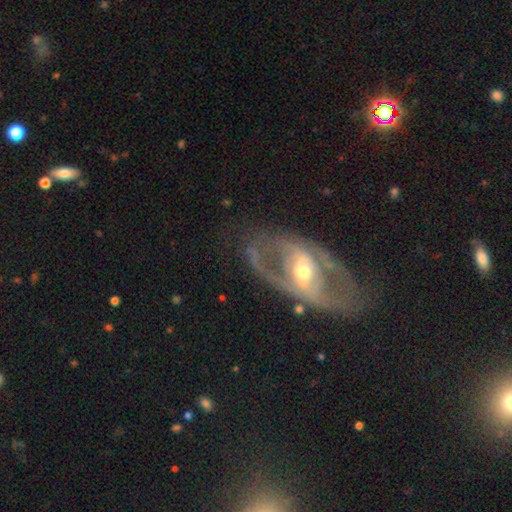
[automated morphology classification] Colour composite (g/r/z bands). It shows a featured or disk galaxy (83%) with a strong bar (38%), 2 (74%) medium (46%) spiral arms (71%) and a moderate central bulge (53%). Merging: none (65%).